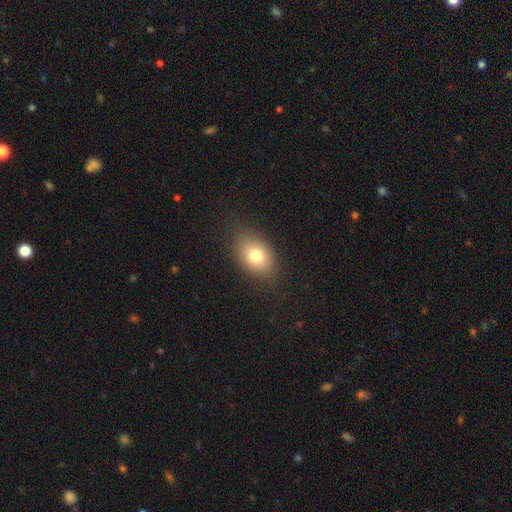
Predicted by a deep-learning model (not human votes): smooth_or_featured: smooth (p=0.78) [alt: featured or disk p=0.12]
how_rounded: in between (p=0.78) [alt: round p=0.20]
merging: none (p=0.83) [alt: minor disturbance p=0.12]